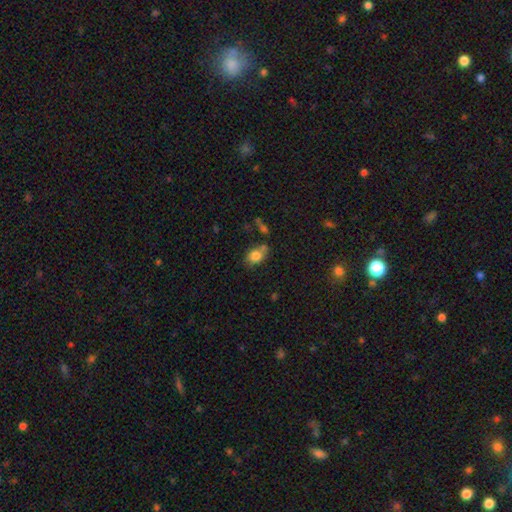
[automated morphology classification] Smooth or featured: smooth — 79% (featured or disk — 11%)
How rounded: in between — 68% (round — 30%)
Merging: none — 54% (minor disturbance — 22%)